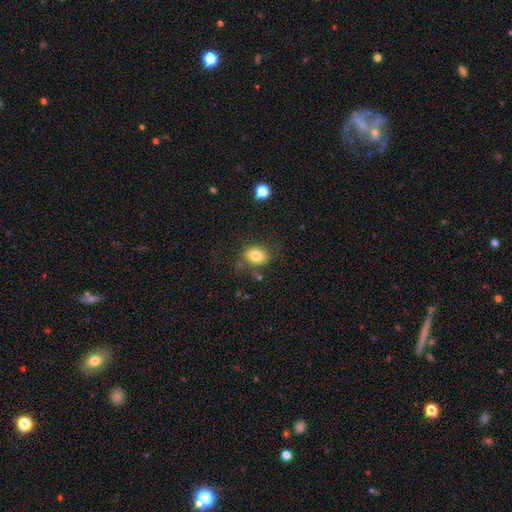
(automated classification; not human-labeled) A smooth galaxy with no disk features (80%) that is in between round and cigar-shaped (65%).

Vote fractions:
- Smooth or featured? smooth: 80% / featured or disk: 11% / star or artifact: 10%
- How rounded? in between: 65% / round: 33% / cigar-shaped: 1%
- Merging? none: 72% / minor disturbance: 17% / major disturbance: 6% / merger: 5%